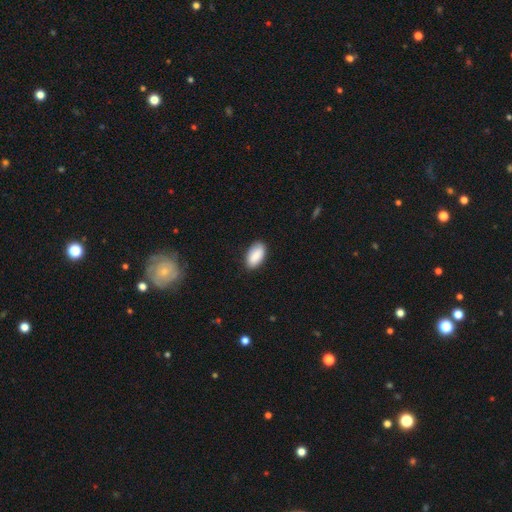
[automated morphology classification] Smooth or featured: smooth — 89% (star or artifact — 6%)
How rounded: in between — 94% (cigar-shaped — 3%)
Merging: none — 84% (minor disturbance — 13%)